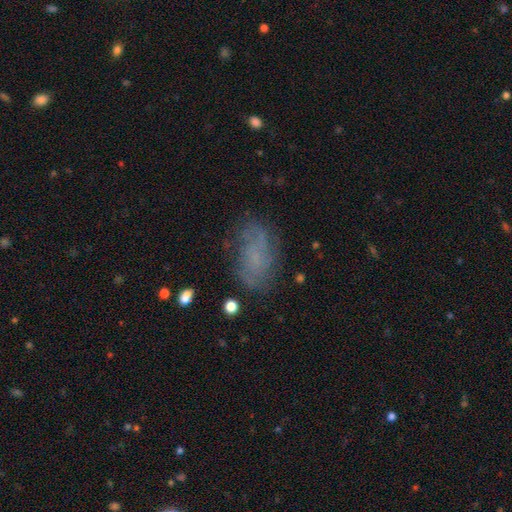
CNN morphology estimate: A smooth galaxy with no disk features (47%).

Vote fractions:
- Smooth or featured? smooth: 47% / featured or disk: 37% / star or artifact: 16%
- Merging? none: 63% / minor disturbance: 22% / major disturbance: 13% / merger: 3%